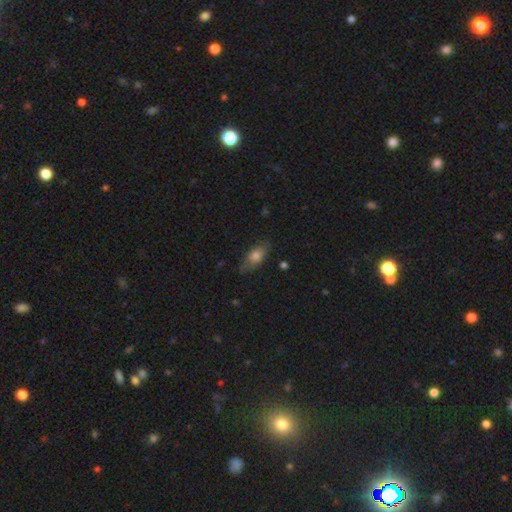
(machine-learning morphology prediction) Smooth or featured: smooth — 72% (featured or disk — 20%)
How rounded: in between — 80% (cigar-shaped — 15%)
Merging: none — 75% (minor disturbance — 19%)